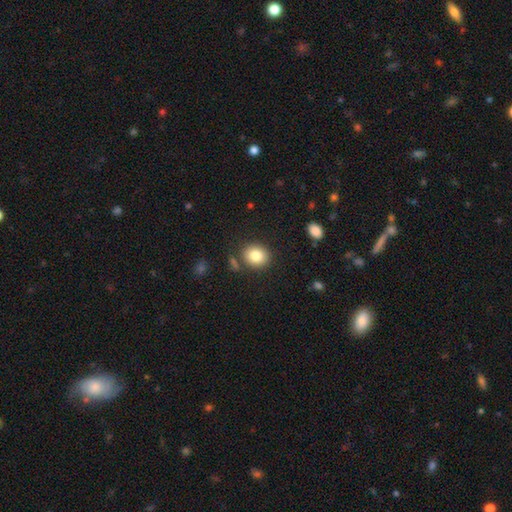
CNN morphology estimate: A smooth galaxy with no disk features (83%) that is round (65%). Merging: none (83%).